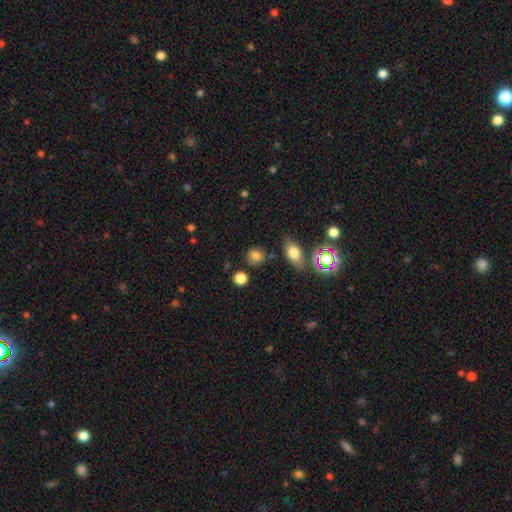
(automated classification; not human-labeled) Morphology: type=smooth (79%); roundness=round (63%); merging=none (76%).